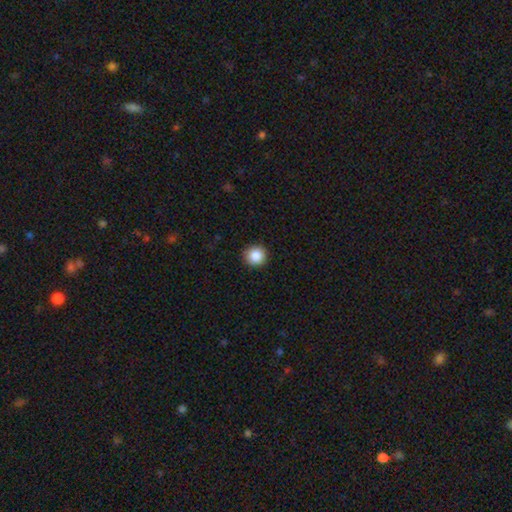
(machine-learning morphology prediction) Smooth or featured?
  - smooth: 87% *
  - star or artifact: 9%
  - featured or disk: 3%
How rounded?
  - round: 95% *
  - in between: 5%
  - cigar-shaped: 1%
Merging?
  - none: 91% *
  - minor disturbance: 6%
  - major disturbance: 2%
  - merger: 1%